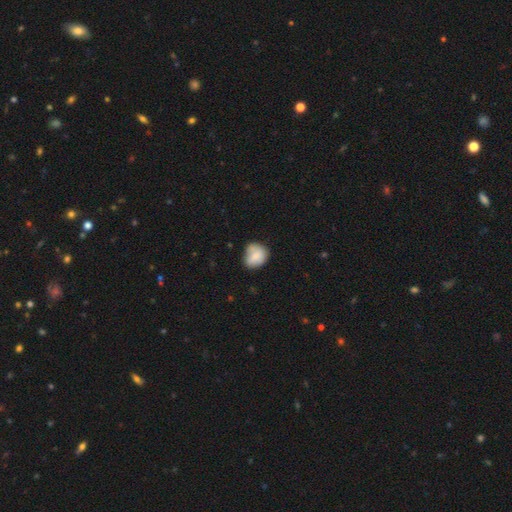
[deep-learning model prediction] Smooth or featured? Predicted: smooth (p=0.76). How rounded? Predicted: round (p=0.67). Merging? Predicted: none (p=0.52).